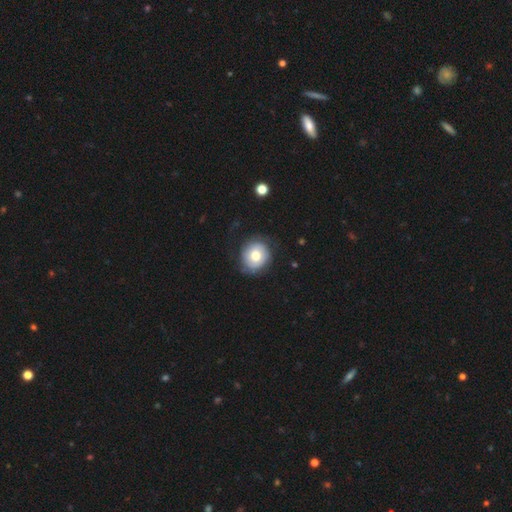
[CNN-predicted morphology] A smooth galaxy with no disk features (61%) that is round (83%). Merging: none (73%).